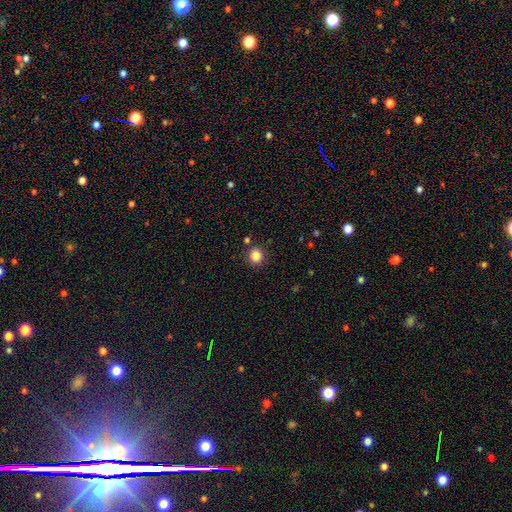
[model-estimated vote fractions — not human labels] Smooth or featured: smooth — 85% (star or artifact — 11%)
How rounded: round — 87% (in between — 12%)
Merging: none — 86% (minor disturbance — 8%)